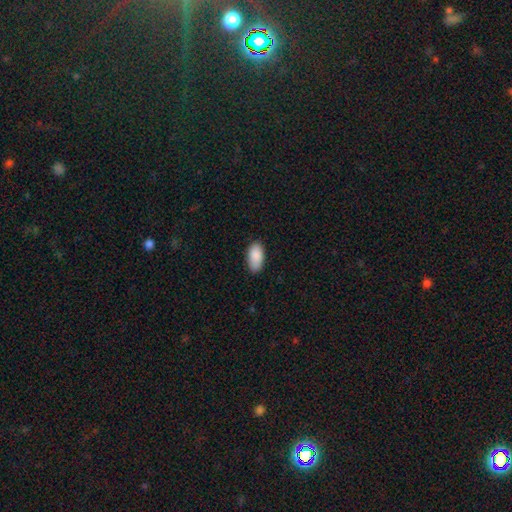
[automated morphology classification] This is clearly a smooth galaxy (90%). How rounded: clearly in between (94%). Merging: clearly none (83%).